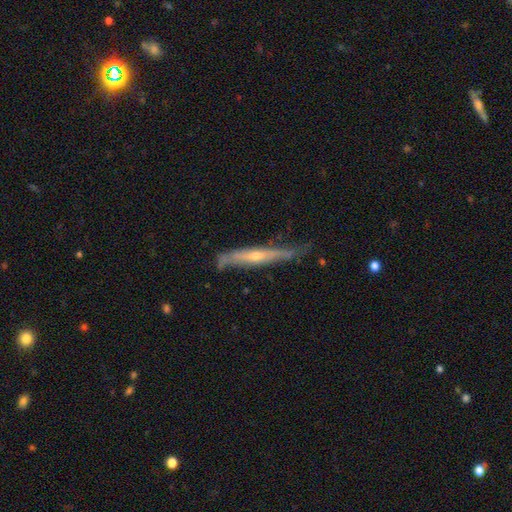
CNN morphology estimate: Overall: featured or disk (67%; smooth 27%). Edge-on disk: yes (89%). Edge-on bulge: rounded (73%). Merging: none (60%; minor disturbance 30%).